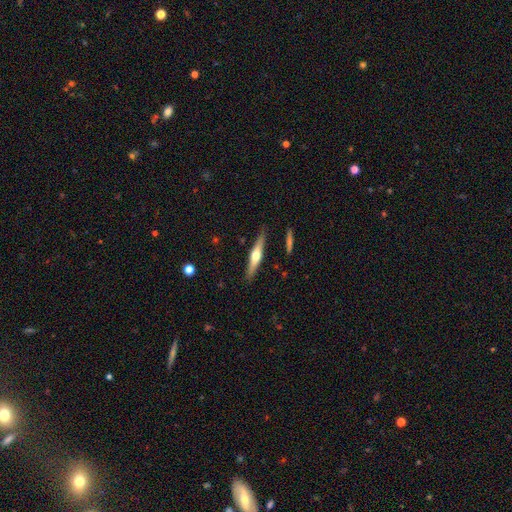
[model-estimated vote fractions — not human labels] Overall: featured or disk (61%; smooth 33%). Edge-on disk: yes (96%). Edge-on bulge: rounded (93%). Merging: none (87%).